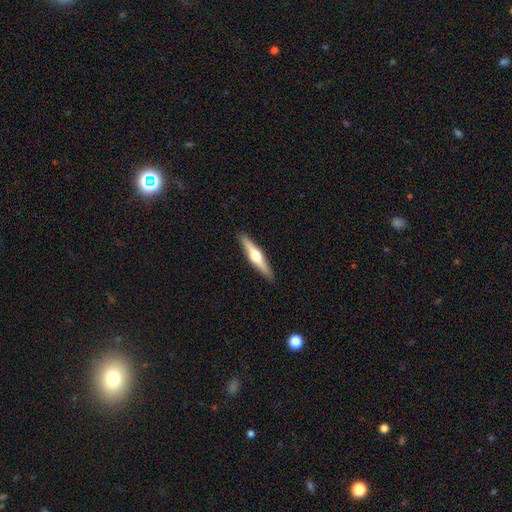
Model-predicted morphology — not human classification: This appears to be a featured or disk galaxy (61%) viewed edge-on (97%) with a rounded central bulge (94%). Merging: none (91%).